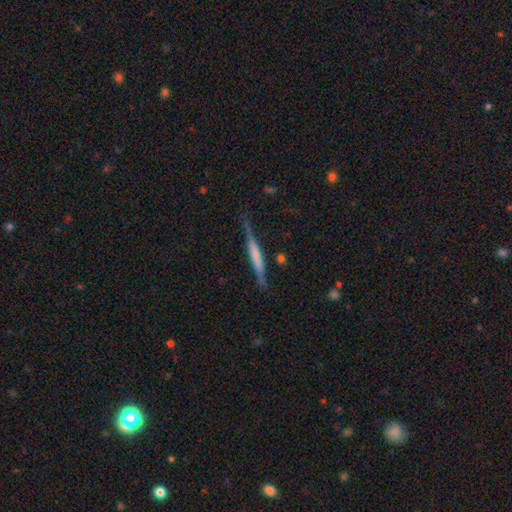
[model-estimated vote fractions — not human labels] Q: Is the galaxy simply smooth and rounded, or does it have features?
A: featured or disk — 59%.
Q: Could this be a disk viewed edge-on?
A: yes — 96%.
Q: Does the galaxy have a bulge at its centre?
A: none — 49%.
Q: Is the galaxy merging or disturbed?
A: none — 79%.